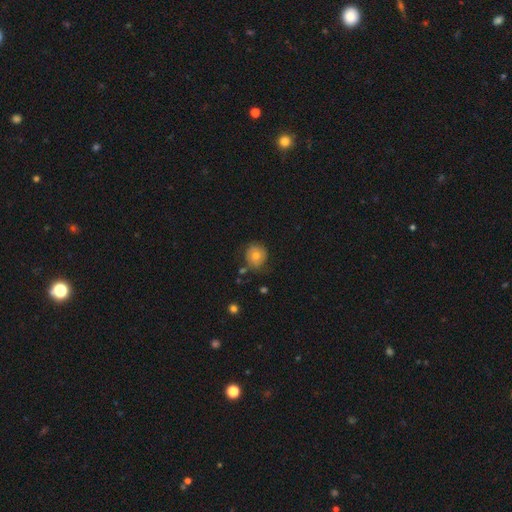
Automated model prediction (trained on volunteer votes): Smooth or featured? Predicted: smooth (p=0.65). How rounded? Predicted: round (p=0.79). Merging? Predicted: none (p=0.68).